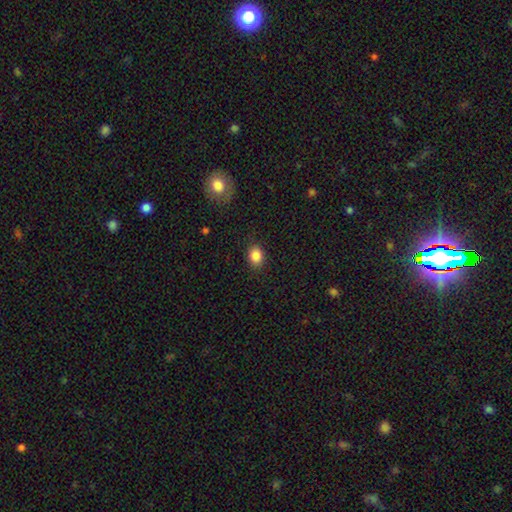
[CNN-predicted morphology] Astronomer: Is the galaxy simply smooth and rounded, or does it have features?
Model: smooth — 87%.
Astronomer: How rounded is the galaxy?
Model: in between — 55% (runner-up: round, 44%).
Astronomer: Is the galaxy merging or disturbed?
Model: none — 86%.